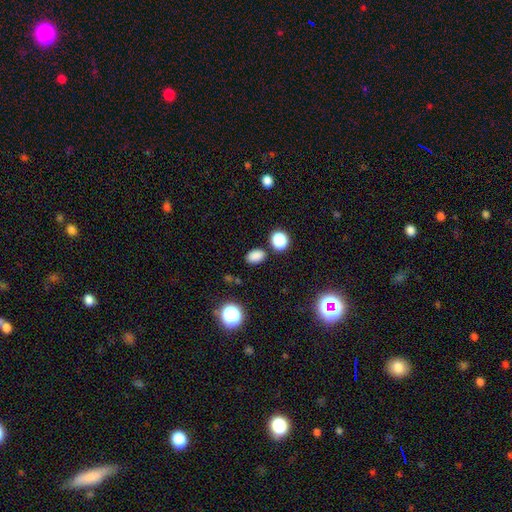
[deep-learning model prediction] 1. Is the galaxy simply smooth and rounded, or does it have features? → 83% smooth, 13% star or artifact, 4% featured or disk.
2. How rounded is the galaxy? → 80% in between, 19% round, 1% cigar-shaped.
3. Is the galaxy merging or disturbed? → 83% none, 9% minor disturbance, 5% merger, 3% major disturbance.